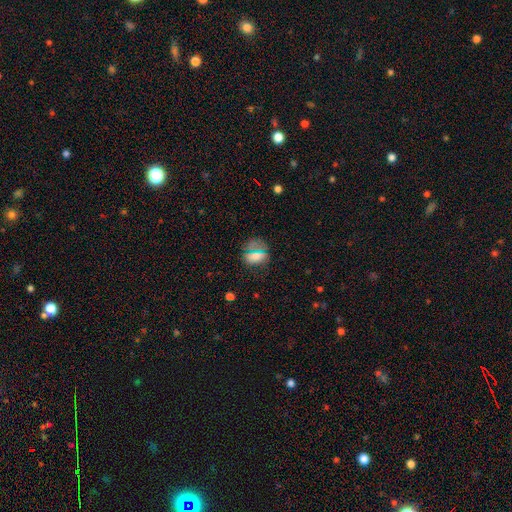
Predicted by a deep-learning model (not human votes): Smooth or featured? smooth (67%)
How rounded? round (67%)
Merging? none (73%)